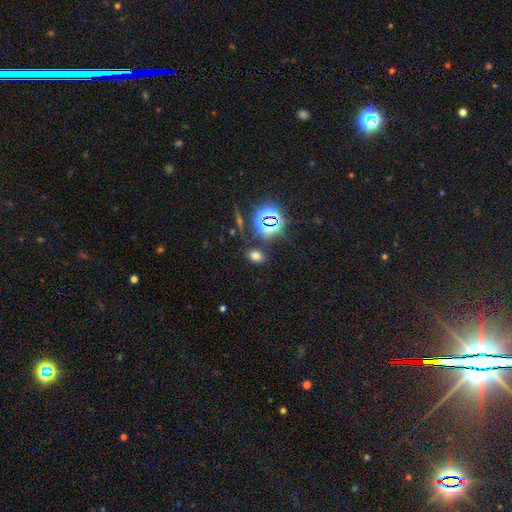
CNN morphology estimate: This is likely a smooth galaxy (63%). How rounded: likely in between (77%). Merging: clearly none (83%).